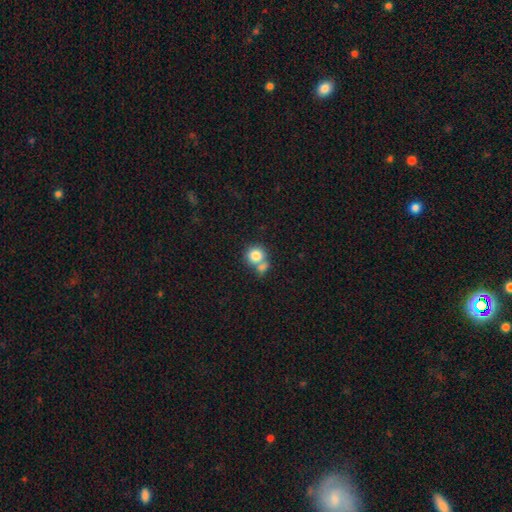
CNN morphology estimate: smooth 81%, featured or disk 10%, star or artifact 9%. Down the decision tree: how rounded — round (85%); merging — merger (44%).